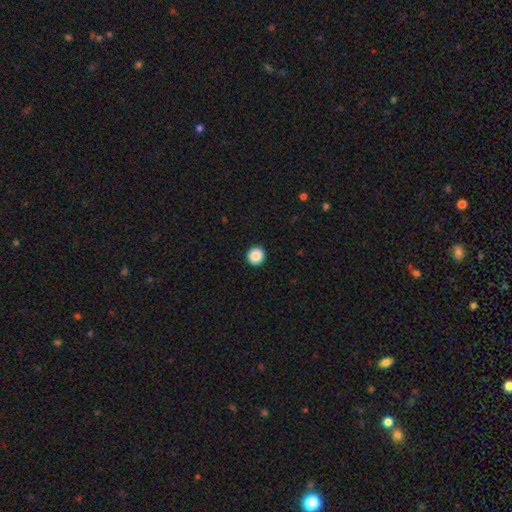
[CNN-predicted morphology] smooth 88%, star or artifact 9%, featured or disk 3%. Down the decision tree: how rounded — round (94%); merging — none (93%).